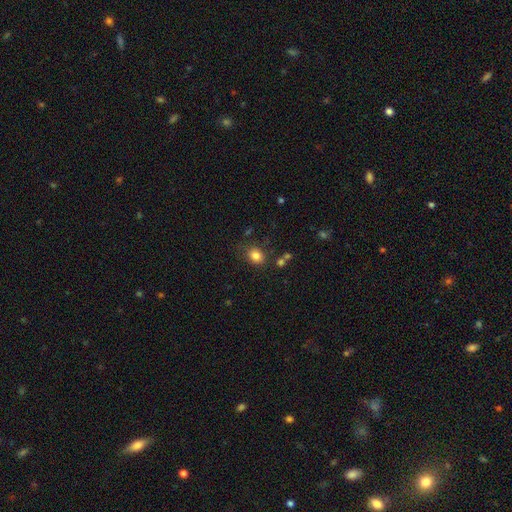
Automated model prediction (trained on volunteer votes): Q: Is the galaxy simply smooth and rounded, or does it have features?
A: smooth — 83%.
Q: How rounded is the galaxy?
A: in between — 55%.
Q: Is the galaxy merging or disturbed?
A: none — 74%.